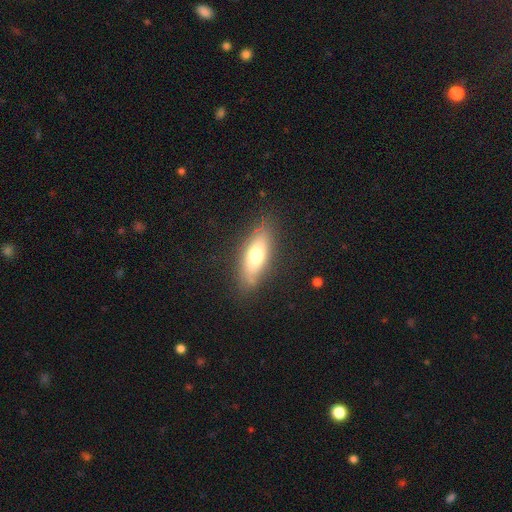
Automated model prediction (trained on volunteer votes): smooth_or_featured: smooth (p=0.64) [alt: featured or disk p=0.29]
how_rounded: in between (p=0.61) [alt: cigar-shaped p=0.37]
merging: none (p=0.80) [alt: minor disturbance p=0.14]